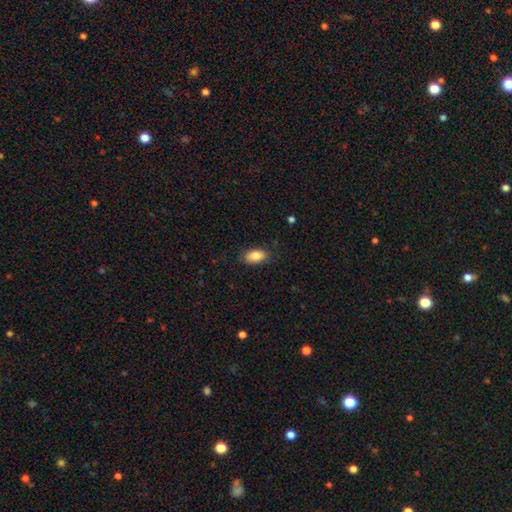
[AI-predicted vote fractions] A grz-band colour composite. It shows a smooth galaxy with no disk features (84%) that is in between round and cigar-shaped (92%). Merging: none (84%).